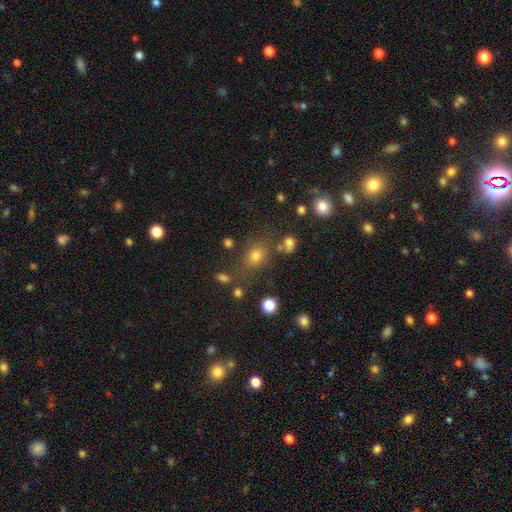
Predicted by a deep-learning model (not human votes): Smooth or featured?
  - smooth: 69% *
  - star or artifact: 21%
  - featured or disk: 10%
How rounded?
  - round: 52% *
  - in between: 46%
  - cigar-shaped: 2%
Merging?
  - none: 71% *
  - minor disturbance: 13%
  - merger: 10%
  - major disturbance: 6%